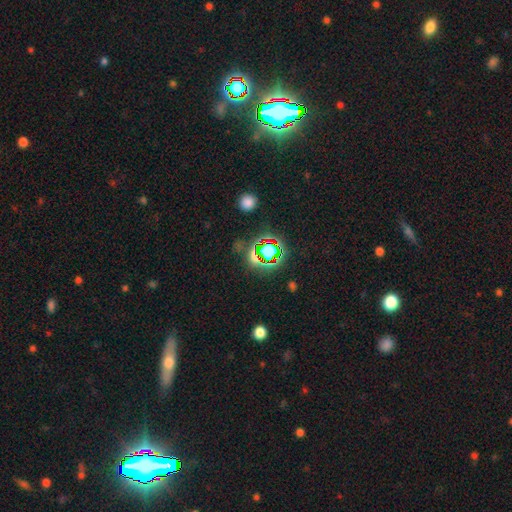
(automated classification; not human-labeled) Smooth or featured: star or artifact — 73% (smooth — 17%)